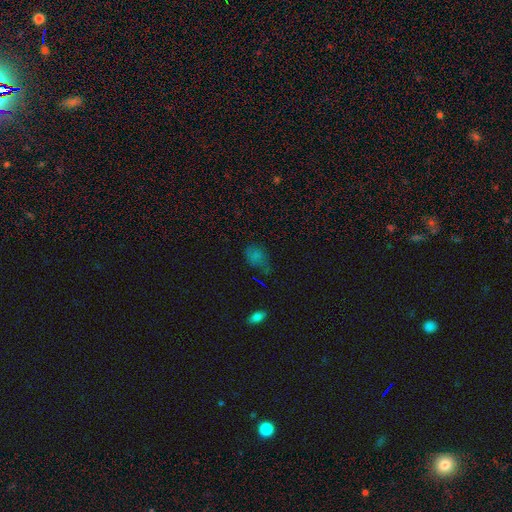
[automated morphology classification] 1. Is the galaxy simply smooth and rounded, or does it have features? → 58% smooth, 27% star or artifact, 15% featured or disk.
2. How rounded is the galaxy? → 71% in between, 27% round, 3% cigar-shaped.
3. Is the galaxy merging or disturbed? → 55% none, 27% minor disturbance, 14% major disturbance, 4% merger.